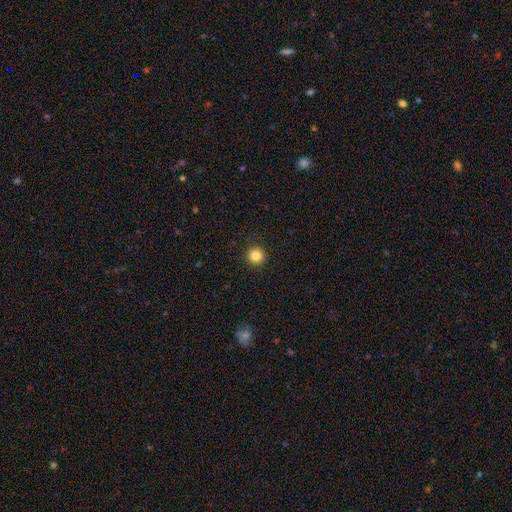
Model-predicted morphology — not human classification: Smooth or featured? Predicted: smooth (p=0.84). How rounded? Predicted: round (p=0.95). Merging? Predicted: none (p=0.93).